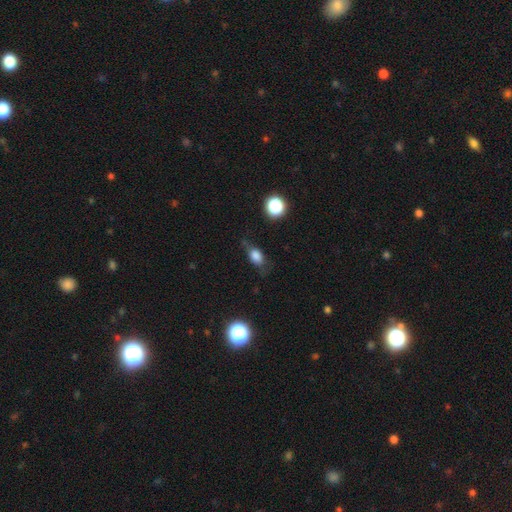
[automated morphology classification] Q: Smooth or featured?
A: smooth (78%); runner-up: star or artifact (11%)
Q: How rounded?
A: in between (78%); runner-up: round (17%)
Q: Merging?
A: none (57%); runner-up: minor disturbance (28%)